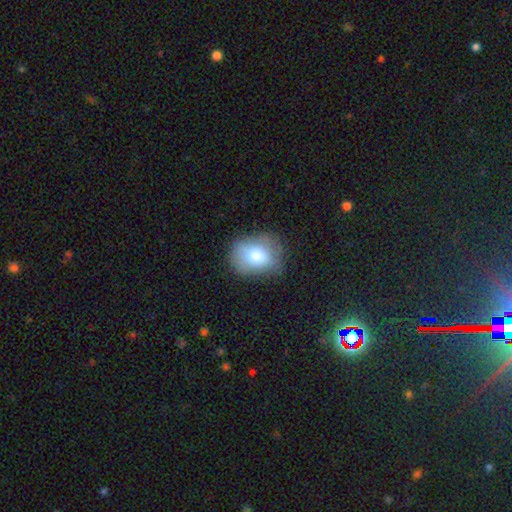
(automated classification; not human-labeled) Overall: smooth (74%). How rounded: in between (53%; round 46%). Merging: none (63%; minor disturbance 26%).